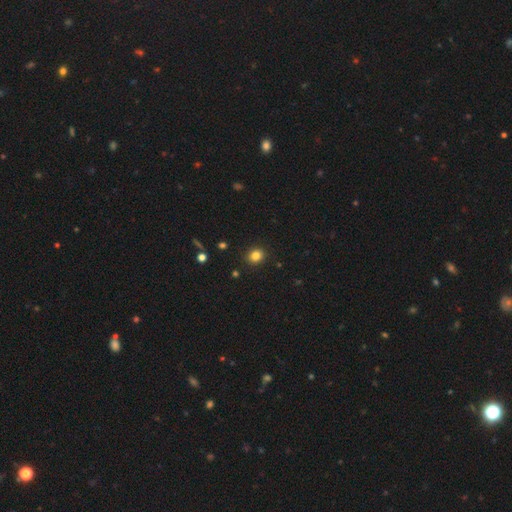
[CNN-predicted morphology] smooth_or_featured: smooth (p=0.83) [alt: star or artifact p=0.12]
how_rounded: round (p=0.76) [alt: in between p=0.23]
merging: none (p=0.90) [alt: minor disturbance p=0.06]